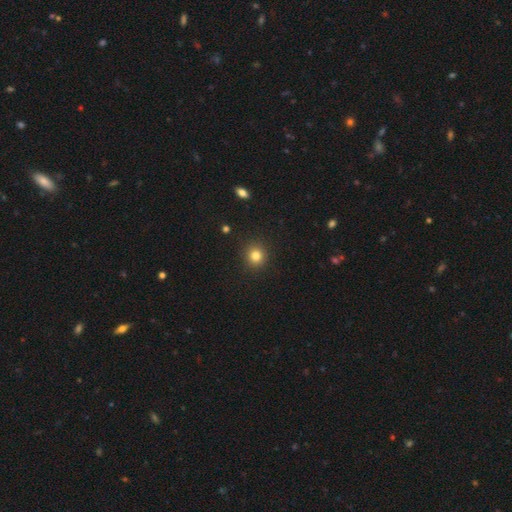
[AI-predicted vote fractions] This is clearly a smooth galaxy (83%). How rounded: clearly round (90%). Merging: clearly none (91%).